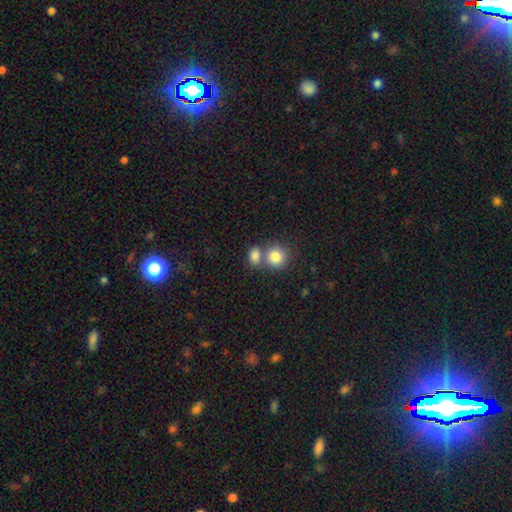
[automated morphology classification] smooth 83%, star or artifact 9%, featured or disk 8%. Down the decision tree: how rounded — round (53%); merging — merger (46%).